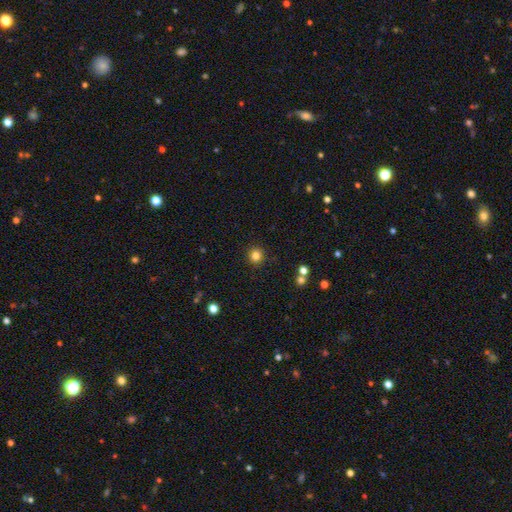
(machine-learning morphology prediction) smooth-or-featured: smooth: 82% | star or artifact: 12% | featured or disk: 5%
  how-rounded: round: 94% | in between: 5% | cigar-shaped: 1%
  merging: none: 91% | minor disturbance: 5% | major disturbance: 2% | merger: 2%